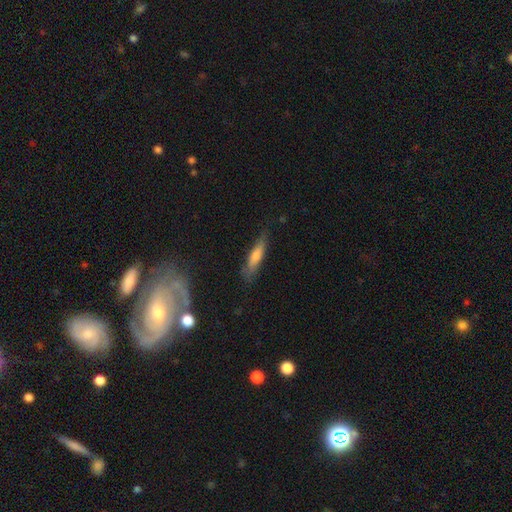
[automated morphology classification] Smooth or featured? smooth (53%)
How rounded? cigar-shaped (79%)
Merging? none (75%)